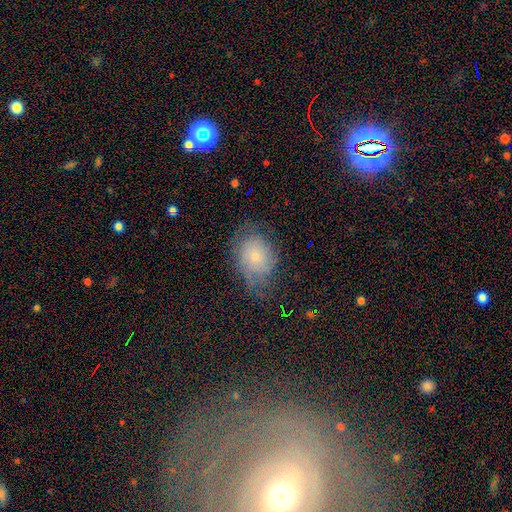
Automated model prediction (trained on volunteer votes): The model was most divided on "how rounded": in between: 59%, round: 40%, cigar-shaped: 1%. More confident: smooth or featured — smooth (63%); merging — none (52%).